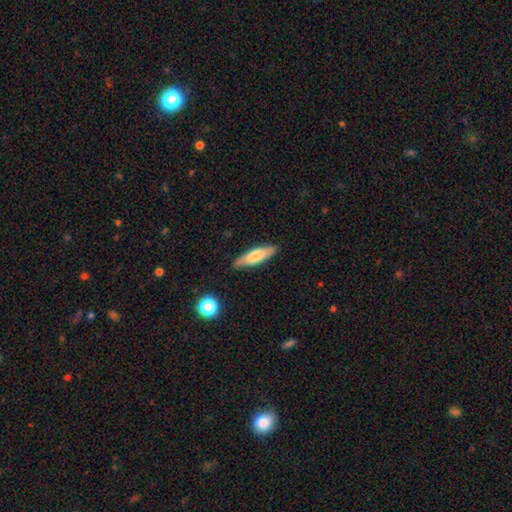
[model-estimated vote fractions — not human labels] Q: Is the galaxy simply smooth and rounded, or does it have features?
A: smooth — 67%.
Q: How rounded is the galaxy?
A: cigar-shaped — 63%.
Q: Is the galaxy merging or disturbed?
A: none — 86%.